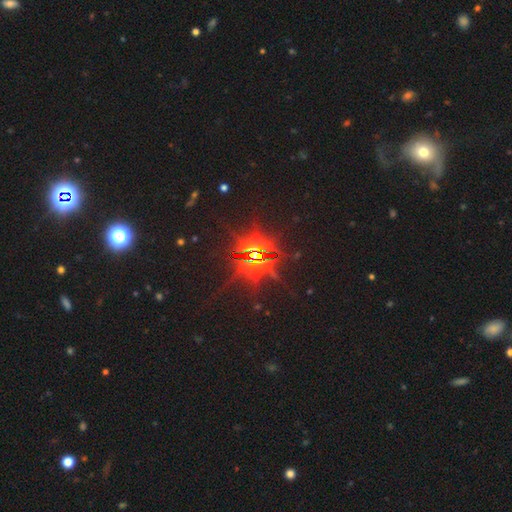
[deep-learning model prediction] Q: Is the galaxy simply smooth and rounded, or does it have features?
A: star or artifact — 86%.